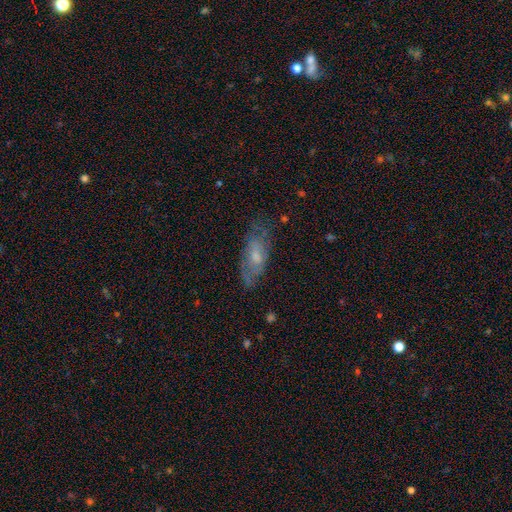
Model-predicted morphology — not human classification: featured or disk 48%, smooth 43%, star or artifact 8%. Down the decision tree: merging — none (65%).